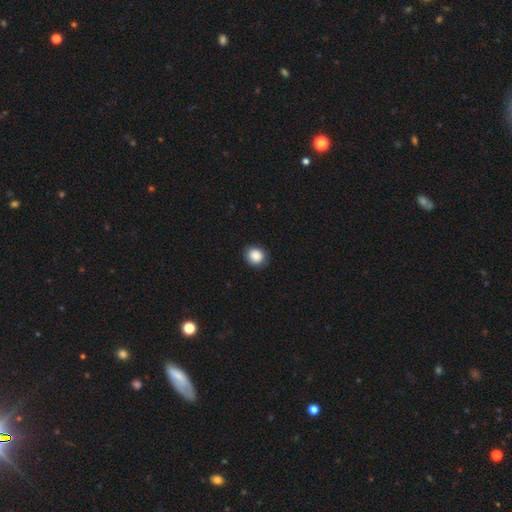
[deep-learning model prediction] The model was most divided on "how rounded": round: 77%, in between: 22%, cigar-shaped: 1%. More confident: merging — none (88%); smooth or featured — smooth (88%).